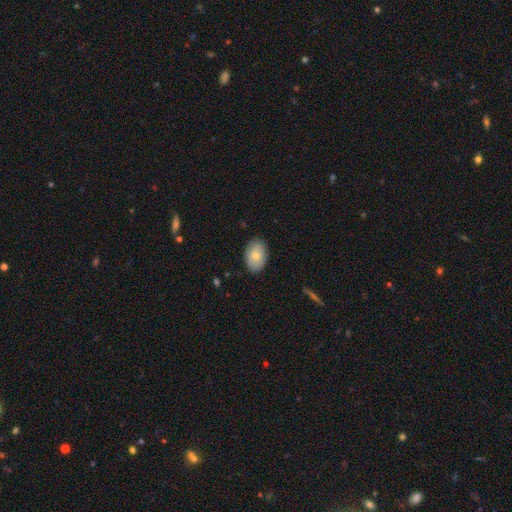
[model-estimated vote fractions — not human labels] This appears to be a smooth galaxy with no disk features (72%) that is in between round and cigar-shaped (88%). Merging: none (85%).